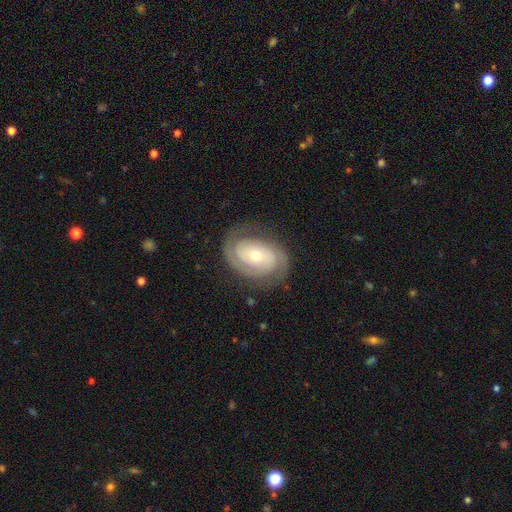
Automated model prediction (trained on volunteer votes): A featured or disk galaxy (86%) with no bar (69%), 2 (77%) tight (67%) spiral arms (95%) and a moderate central bulge (55%).

Vote fractions:
- Smooth or featured? featured or disk: 86% / smooth: 9% / star or artifact: 5%
- Edge-on disk? no: 97% / yes: 3%
- Bar? no: 69% / weak: 23% / strong: 8%
- Spiral arms? yes: 95% / no: 5%
- Spiral winding? tight: 67% / medium: 27% / loose: 7%
- Spiral arm count? 2: 77% / can't tell: 10% / 3: 6% / 1: 4% / 4: 2% / more than 4: 2%
- Bulge size? moderate: 55% / small: 41% / large: 3% / dominant: 1% / none: 1%
- Merging? none: 78% / minor disturbance: 15% / major disturbance: 7% / merger: 1%